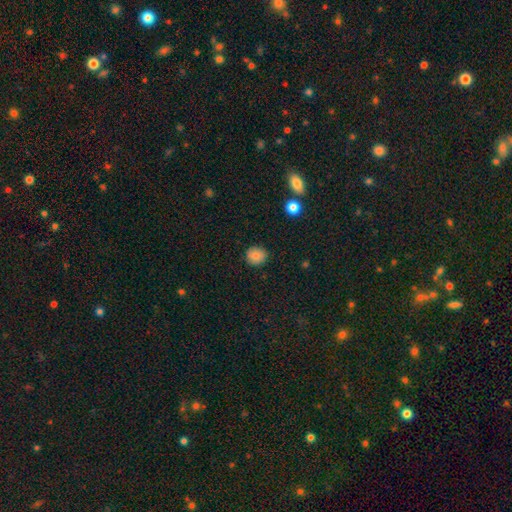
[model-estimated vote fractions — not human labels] This appears to be a smooth galaxy with no disk features (85%) that is round (85%). Merging: none (87%).